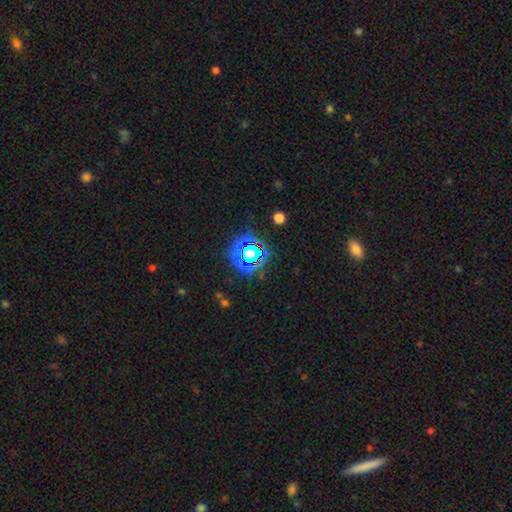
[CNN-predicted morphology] Smooth or featured? star or artifact (63%)